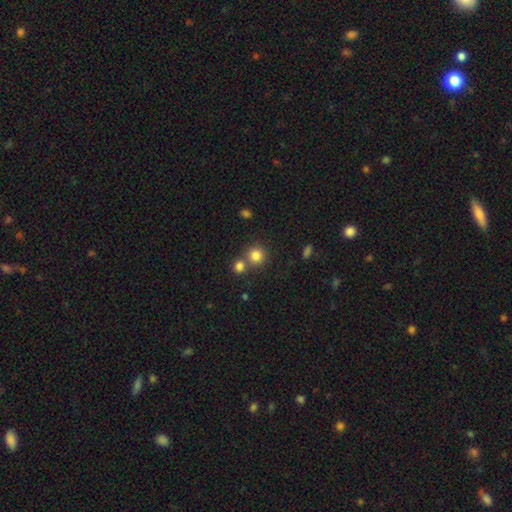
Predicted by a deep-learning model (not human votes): Overall: smooth (82%). How rounded: round (90%). Merging: none (62%; merger 28%).